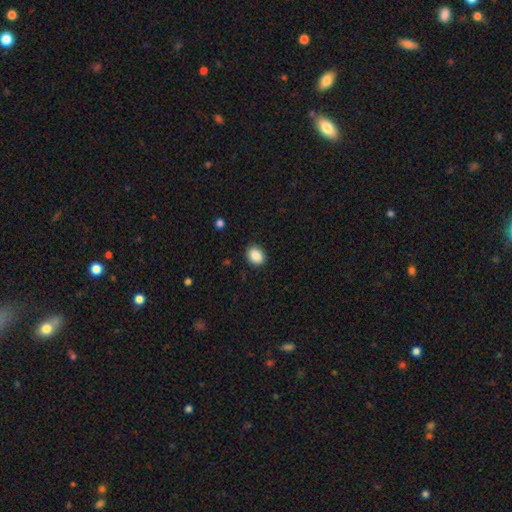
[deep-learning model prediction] Smooth or featured?
  - smooth: 88% *
  - star or artifact: 8%
  - featured or disk: 4%
How rounded?
  - in between: 58% *
  - round: 41%
  - cigar-shaped: 1%
Merging?
  - none: 89% *
  - minor disturbance: 8%
  - major disturbance: 2%
  - merger: 1%